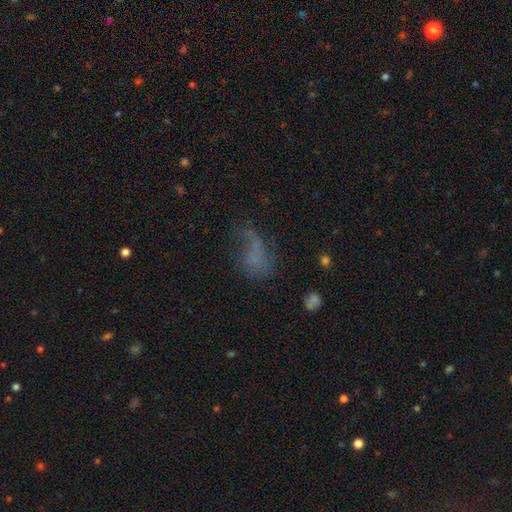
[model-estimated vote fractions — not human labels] smooth 42%, featured or disk 37%, star or artifact 21%. Down the decision tree: merging — major disturbance (39%).